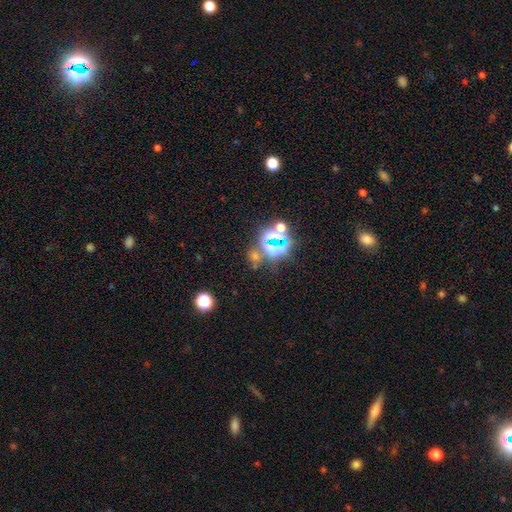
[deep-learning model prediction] Q: Smooth or featured?
A: star or artifact (67%); runner-up: smooth (22%)